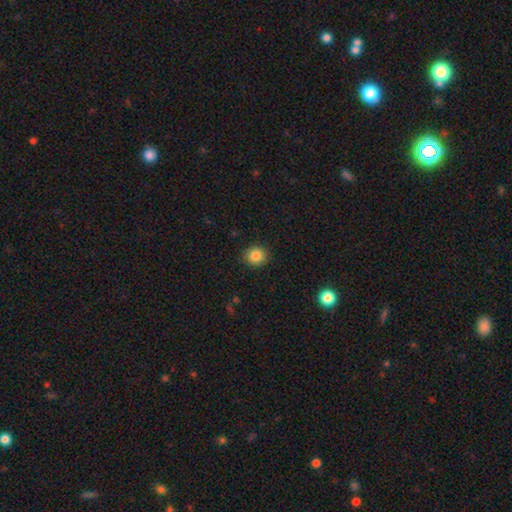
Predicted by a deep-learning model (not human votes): Morphology: type=smooth (85%); roundness=round (84%); merging=none (89%).